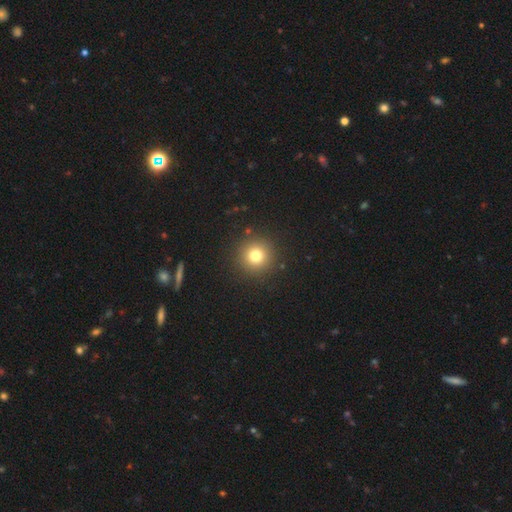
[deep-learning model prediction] Morphology: type=smooth (78%); roundness=round (95%); merging=none (90%).